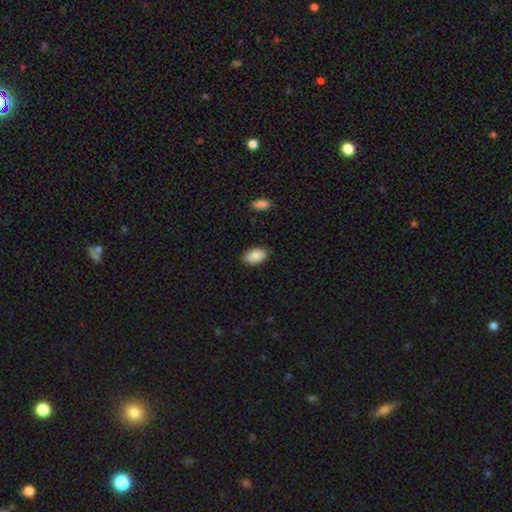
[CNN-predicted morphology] The model was most divided on "merging": none: 83%, minor disturbance: 13%, major disturbance: 2%, merger: 1%. More confident: how rounded — in between (94%); smooth or featured — smooth (89%).